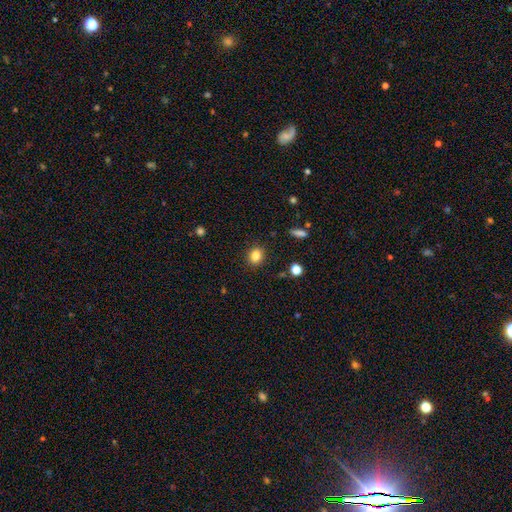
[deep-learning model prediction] smooth 84%, star or artifact 11%, featured or disk 5%. Down the decision tree: how rounded — round (64%); merging — none (89%).